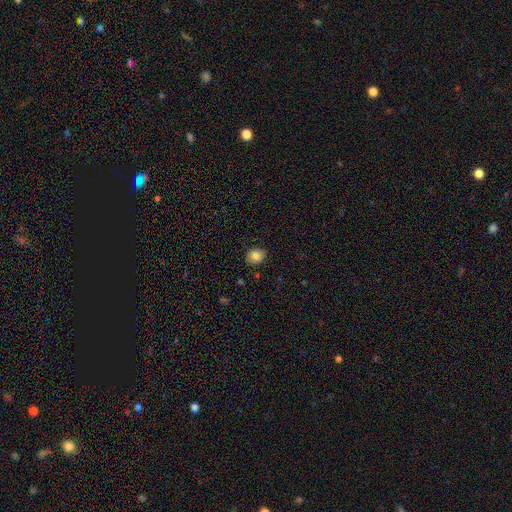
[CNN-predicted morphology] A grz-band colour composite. It shows a smooth galaxy with no disk features (82%) that is round (59%). Merging: none (83%).